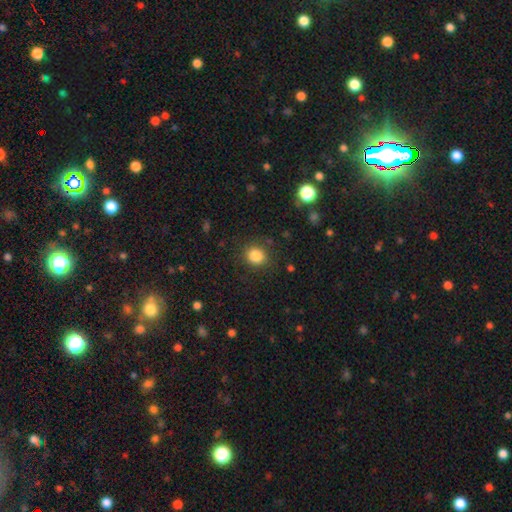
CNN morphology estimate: A smooth galaxy with no disk features (84%) that is round (81%).

Vote fractions:
- Smooth or featured? smooth: 84% / star or artifact: 11% / featured or disk: 5%
- How rounded? round: 81% / in between: 18% / cigar-shaped: 1%
- Merging? none: 86% / minor disturbance: 9% / major disturbance: 4% / merger: 1%